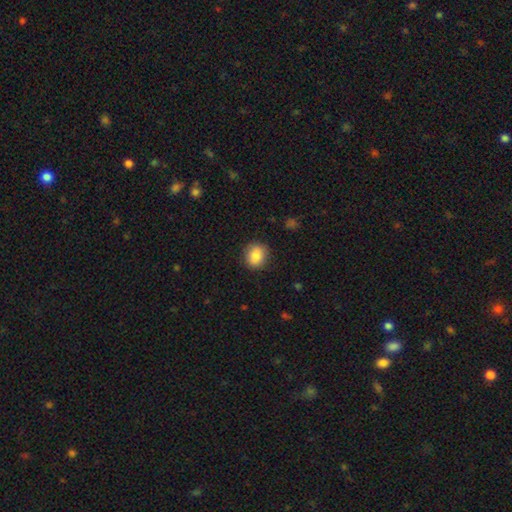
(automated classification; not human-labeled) Overall: smooth (86%). How rounded: round (72%). Merging: none (87%).